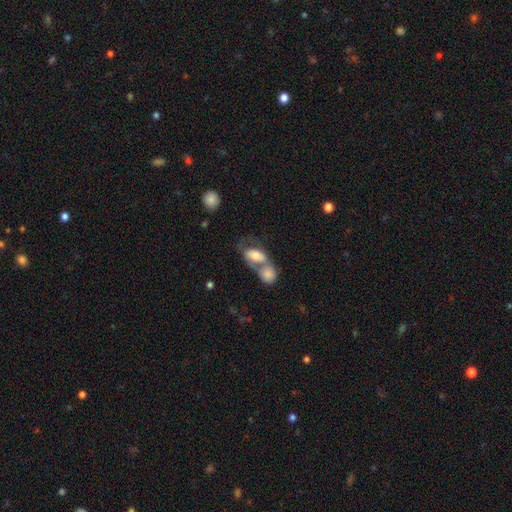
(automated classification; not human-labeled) Smooth or featured?
  - smooth: 65% *
  - featured or disk: 28%
  - star or artifact: 8%
How rounded?
  - in between: 84% *
  - round: 12%
  - cigar-shaped: 4%
Merging?
  - merger: 68% *
  - none: 16%
  - major disturbance: 8%
  - minor disturbance: 8%